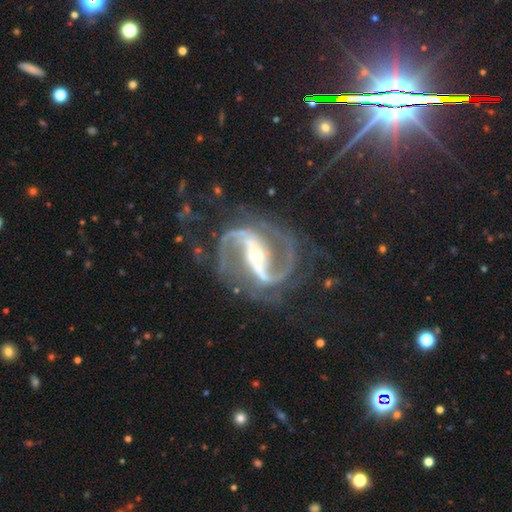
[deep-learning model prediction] featured or disk 92%, star or artifact 5%, smooth 2%. Down the decision tree: edge-on disk — no (97%); bar — strong (64%); spiral arms — yes (98%); spiral arm count — 2 (92%); spiral winding — medium (59%); bulge size — moderate (50%); merging — none (74%).